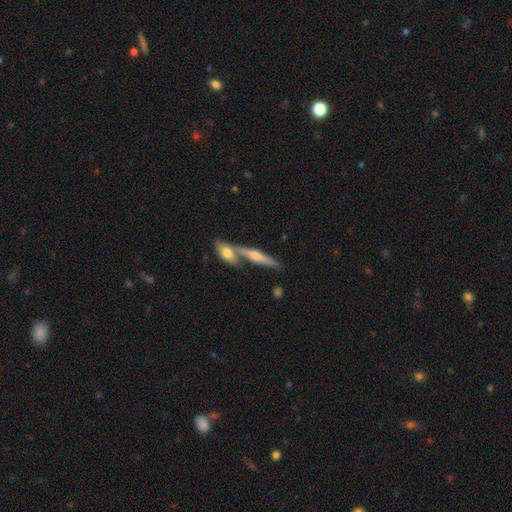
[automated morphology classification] smooth_or_featured: featured or disk (p=0.49) [alt: smooth p=0.44]
merging: none (p=0.51) [alt: merger p=0.37]